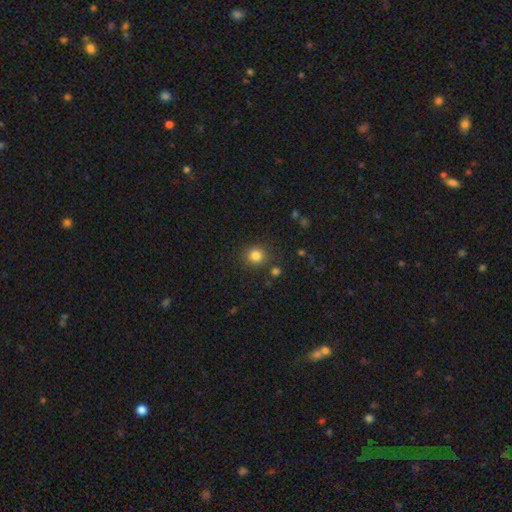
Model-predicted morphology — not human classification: Smooth or featured? smooth (82%)
How rounded? round (87%)
Merging? none (84%)